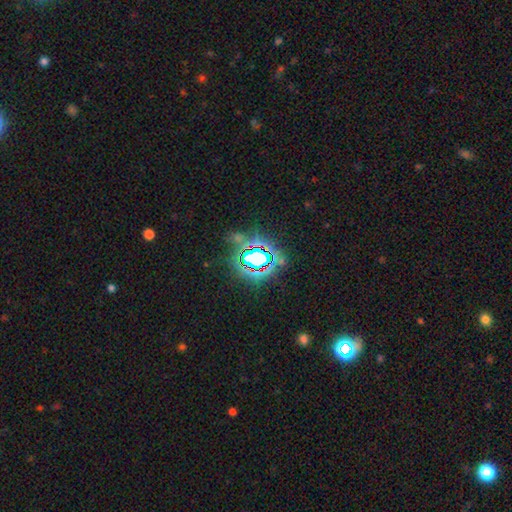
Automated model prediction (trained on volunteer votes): Smooth or featured?
  - star or artifact: 72% *
  - smooth: 16%
  - featured or disk: 12%